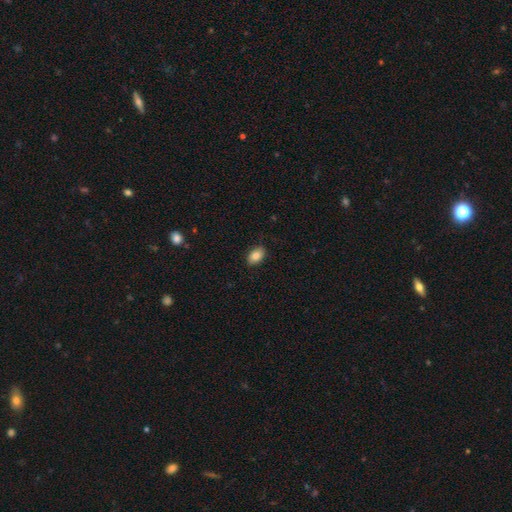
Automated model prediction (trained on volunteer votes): This appears to be a smooth galaxy with no disk features (84%) that is in between round and cigar-shaped (88%). Merging: none (87%).